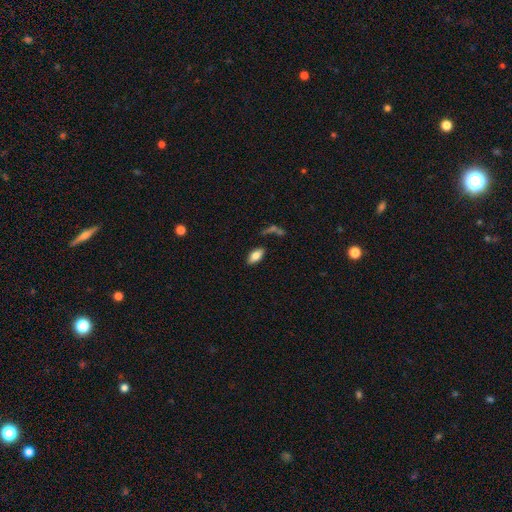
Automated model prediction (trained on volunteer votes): Smooth or featured? smooth (78%)
How rounded? in between (89%)
Merging? none (80%)